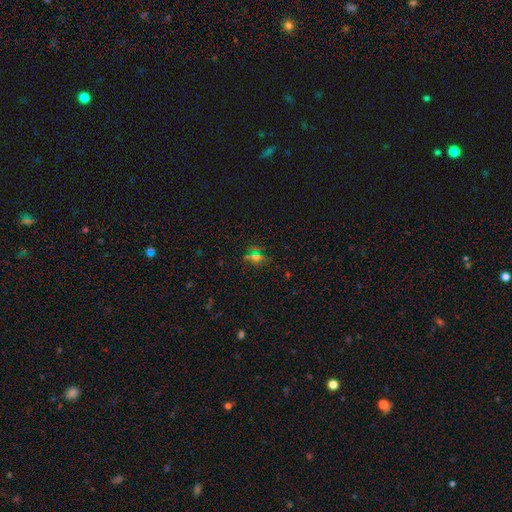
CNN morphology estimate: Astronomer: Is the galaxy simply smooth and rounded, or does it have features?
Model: star or artifact — 45% (runner-up: smooth, 44%).